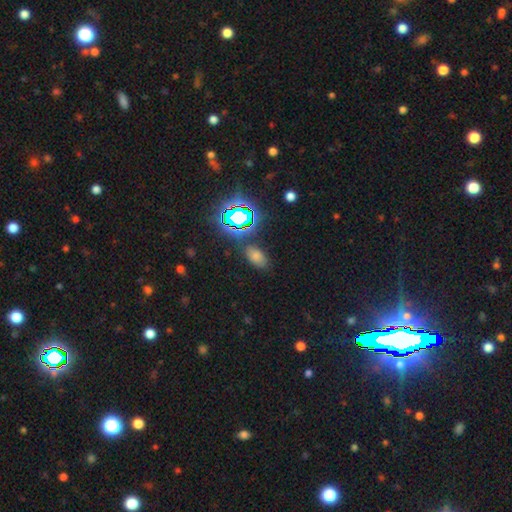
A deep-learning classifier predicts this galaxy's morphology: Smooth or featured? Predicted: smooth (p=0.61). How rounded? Predicted: in between (p=0.89). Merging? Predicted: none (p=0.78).